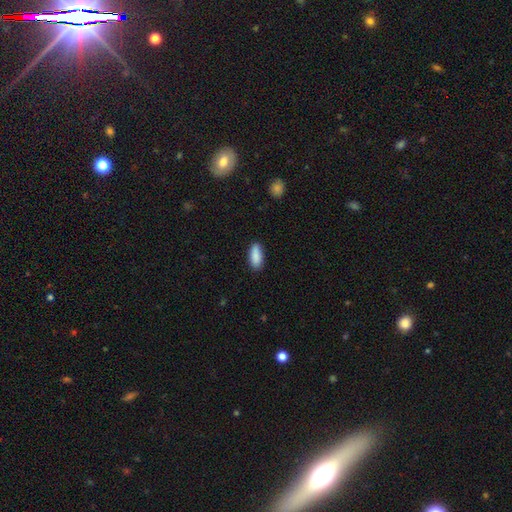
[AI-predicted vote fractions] smooth 89%, star or artifact 6%, featured or disk 5%. Down the decision tree: how rounded — in between (80%); merging — none (85%).